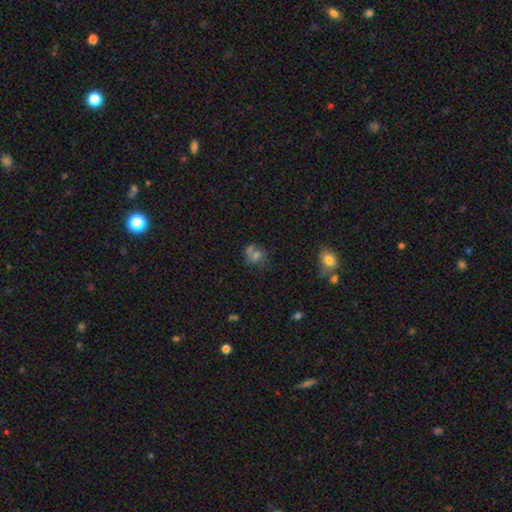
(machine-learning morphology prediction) This appears to be a smooth galaxy with no disk features (61%) that is round (57%). Merging: none (42%).